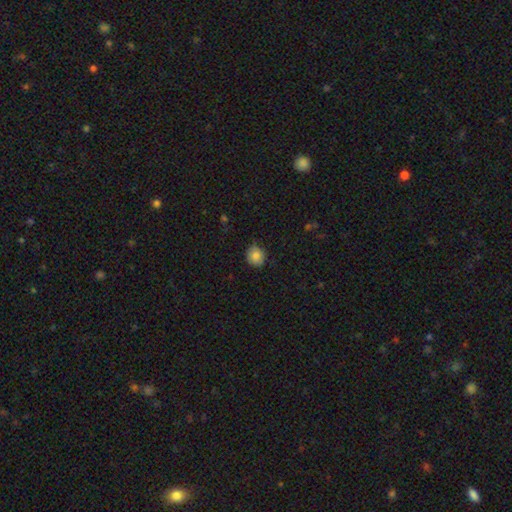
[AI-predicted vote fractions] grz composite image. It shows a smooth galaxy with no disk features (84%) that is round (82%). Merging: none (77%).